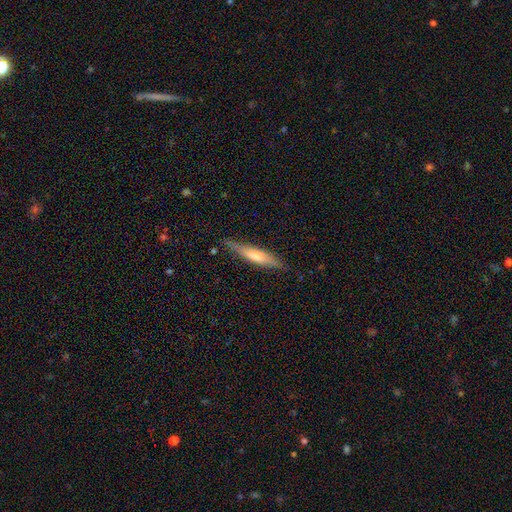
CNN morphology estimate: This is possibly a featured or disk galaxy (50%). Merging: clearly none (82%).